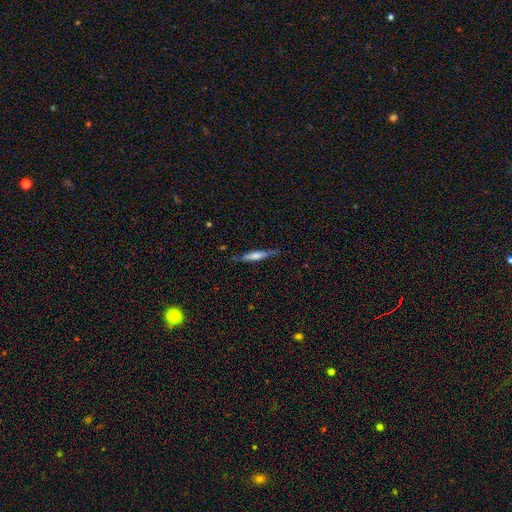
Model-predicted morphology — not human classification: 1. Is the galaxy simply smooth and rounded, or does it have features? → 50% smooth, 43% featured or disk, 6% star or artifact.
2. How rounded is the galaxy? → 89% cigar-shaped, 10% in between, 1% round.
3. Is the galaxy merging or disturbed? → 79% none, 16% minor disturbance, 3% major disturbance, 2% merger.